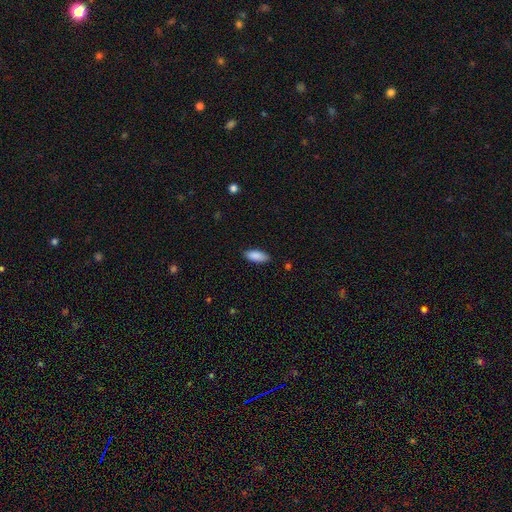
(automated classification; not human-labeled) smooth-or-featured: smooth: 89% | star or artifact: 6% | featured or disk: 4%
  how-rounded: in between: 83% | cigar-shaped: 16% | round: 2%
  merging: none: 85% | minor disturbance: 12% | major disturbance: 2% | merger: 1%